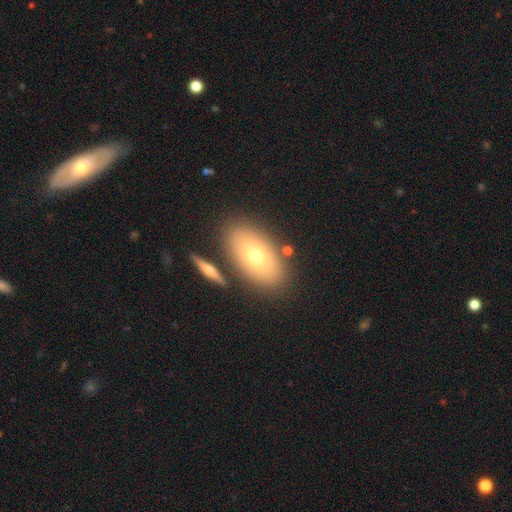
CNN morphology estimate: smooth_or_featured: smooth (p=0.67) [alt: featured or disk p=0.24]
how_rounded: in between (p=0.90) [alt: round p=0.07]
merging: none (p=0.79) [alt: minor disturbance p=0.10]